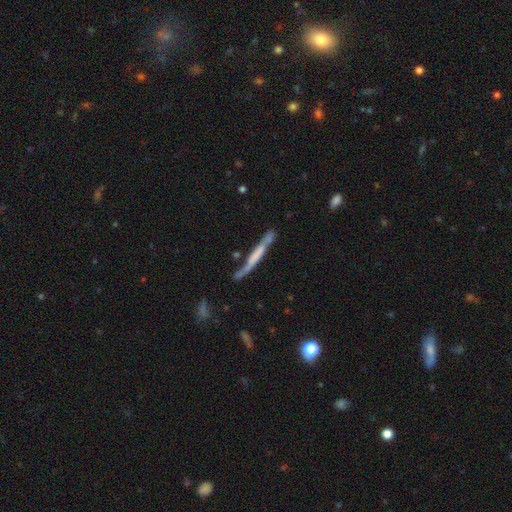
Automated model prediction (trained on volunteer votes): Morphology: type=featured or disk (56%); edge-on=yes (86%); merging=none (60%).